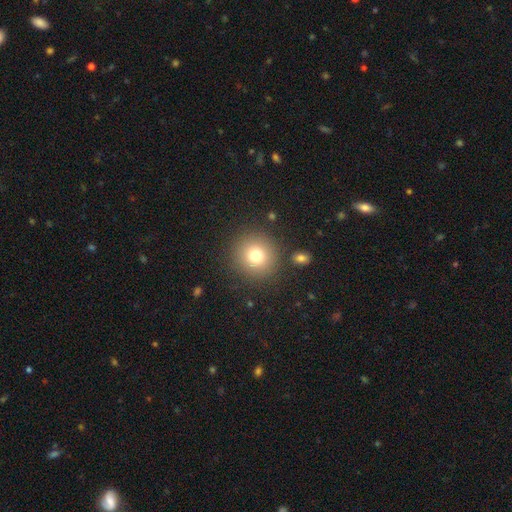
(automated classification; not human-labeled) Smooth or featured? Predicted: smooth (p=0.77). How rounded? Predicted: round (p=0.92). Merging? Predicted: none (p=0.87).